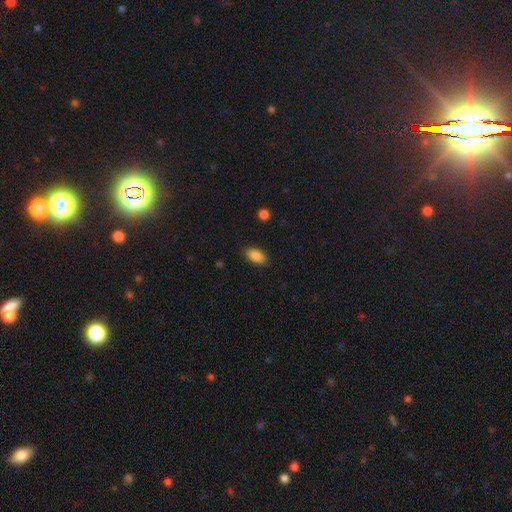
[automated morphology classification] A smooth galaxy with no disk features (86%) that is in between round and cigar-shaped (91%).

Vote fractions:
- Smooth or featured? smooth: 86% / star or artifact: 8% / featured or disk: 6%
- How rounded? in between: 91% / cigar-shaped: 6% / round: 4%
- Merging? none: 86% / minor disturbance: 10% / major disturbance: 3% / merger: 1%